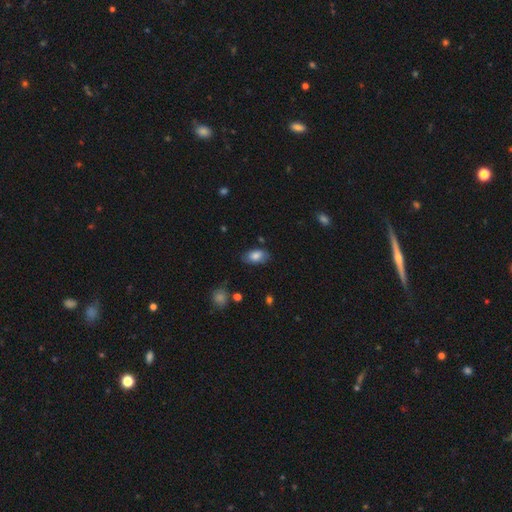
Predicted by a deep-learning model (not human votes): A smooth galaxy with no disk features (82%) that is in between round and cigar-shaped (92%). Merging: none (75%).